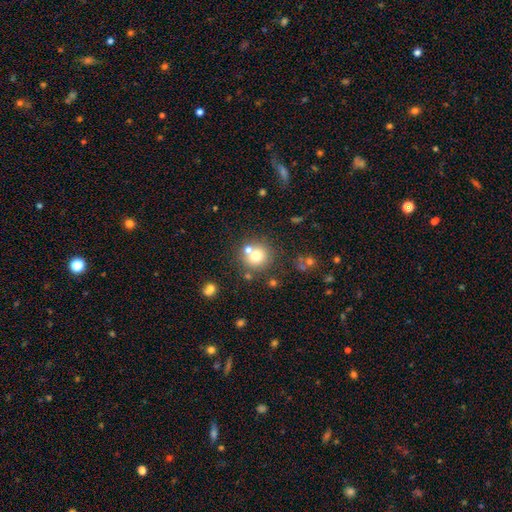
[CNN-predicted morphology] This appears to be a smooth galaxy with no disk features (71%) that is round (91%). Merging: none (66%).